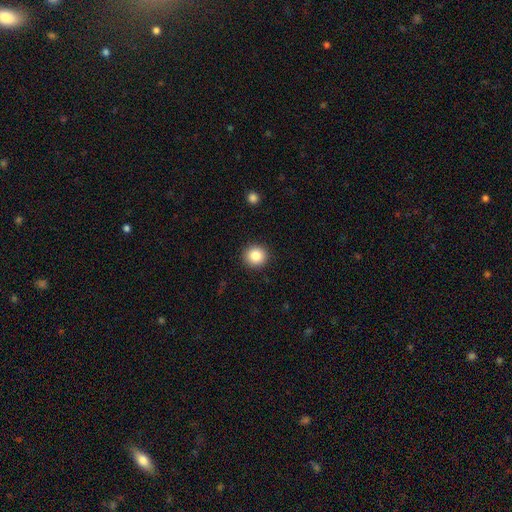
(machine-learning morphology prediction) A smooth galaxy with no disk features (85%) that is round (93%). Merging: none (92%).